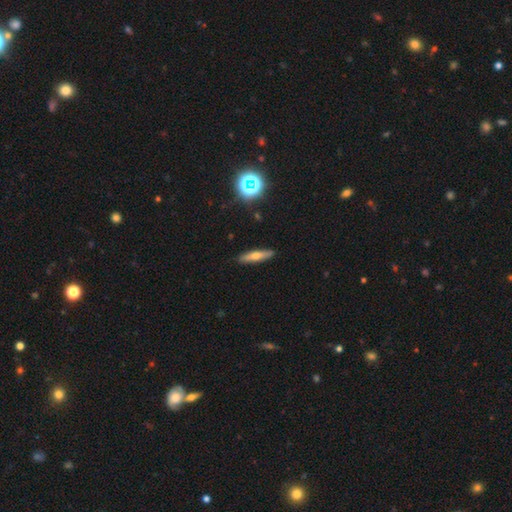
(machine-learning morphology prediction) smooth 52%, featured or disk 38%, star or artifact 10%. Down the decision tree: how rounded — cigar-shaped (81%); merging — none (90%).